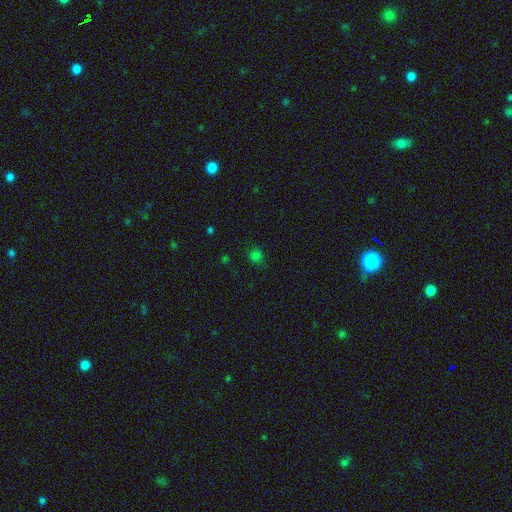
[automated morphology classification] Overall: smooth (72%). How rounded: round (84%). Merging: none (78%).